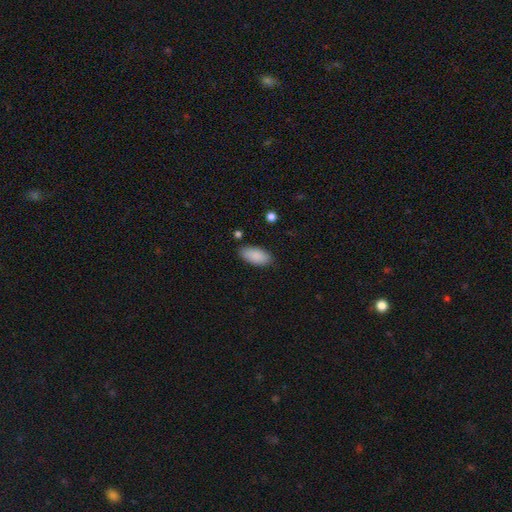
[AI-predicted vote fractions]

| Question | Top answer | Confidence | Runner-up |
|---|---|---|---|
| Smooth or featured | smooth | 89% | star or artifact (6%) |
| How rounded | in between | 92% | cigar-shaped (6%) |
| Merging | none | 84% | minor disturbance (11%) |